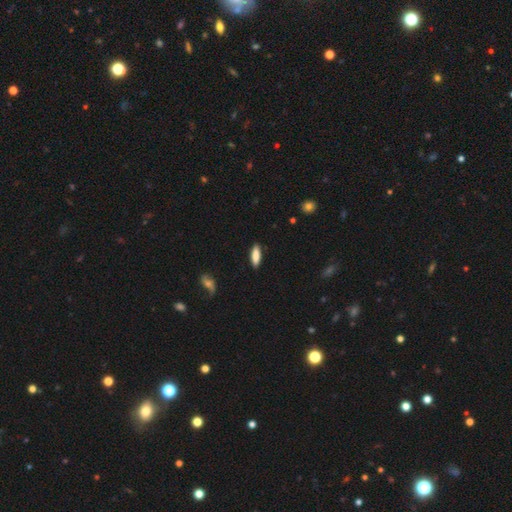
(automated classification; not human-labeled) A smooth galaxy with no disk features (82%) that is cigar-shaped (54%). Merging: none (87%).